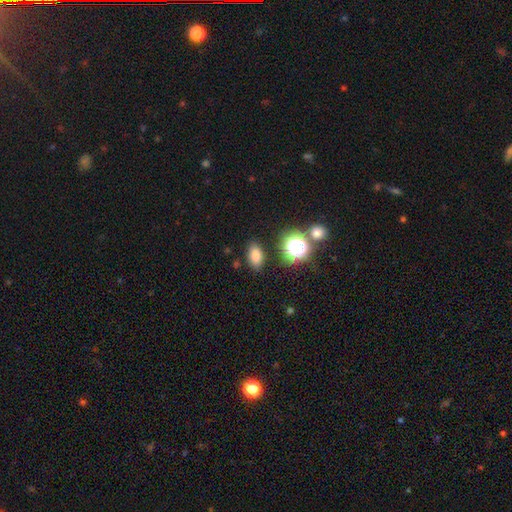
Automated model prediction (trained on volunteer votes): This is likely a smooth galaxy (77%). How rounded: clearly in between (83%). Merging: clearly none (84%).